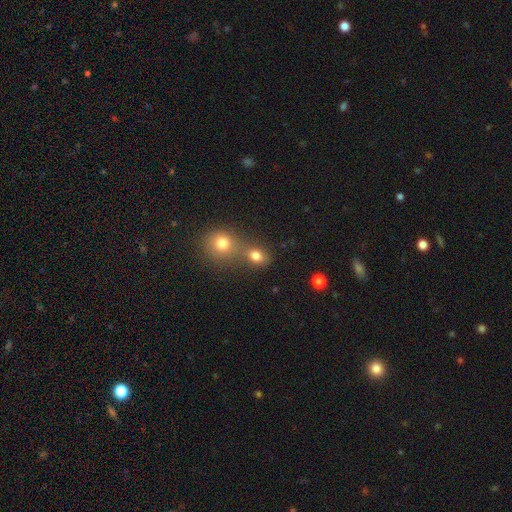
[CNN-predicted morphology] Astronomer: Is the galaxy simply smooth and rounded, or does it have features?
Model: smooth — 79%.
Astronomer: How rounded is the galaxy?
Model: round — 56% (runner-up: in between, 43%).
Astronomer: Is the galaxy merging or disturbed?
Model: merger — 48% (runner-up: none, 40%).